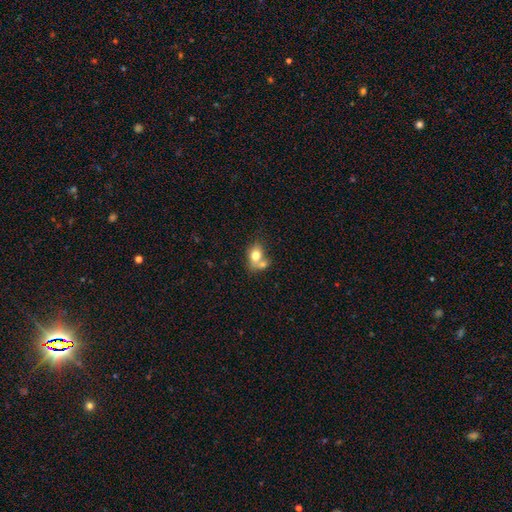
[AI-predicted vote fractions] A smooth galaxy with no disk features (75%) that is in between round and cigar-shaped (64%).

Vote fractions:
- Smooth or featured? smooth: 75% / featured or disk: 16% / star or artifact: 9%
- How rounded? in between: 64% / round: 35% / cigar-shaped: 1%
- Merging? merger: 50% / none: 31% / minor disturbance: 13% / major disturbance: 6%